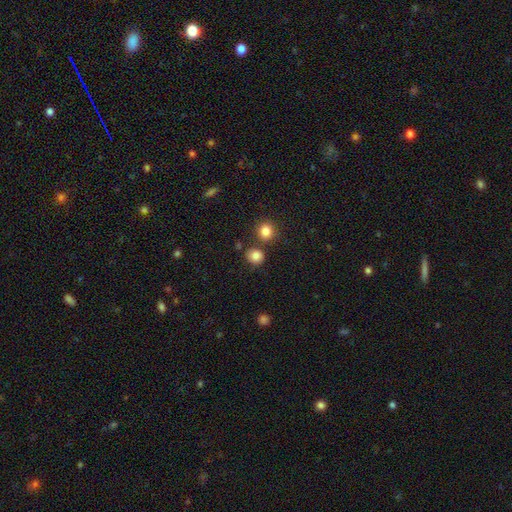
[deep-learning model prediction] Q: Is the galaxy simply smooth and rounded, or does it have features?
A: smooth — 83%.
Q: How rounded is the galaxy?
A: round — 85%.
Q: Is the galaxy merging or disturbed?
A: none — 77%.